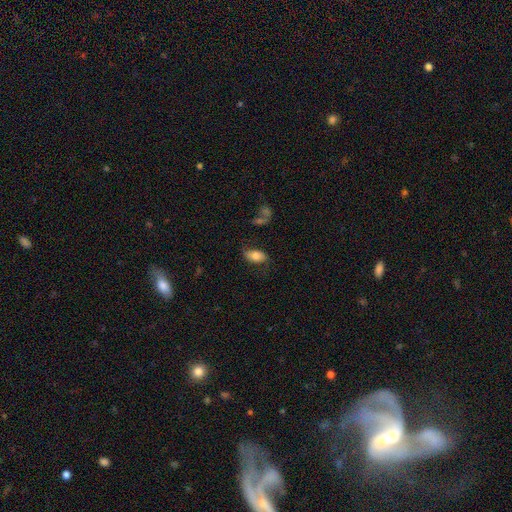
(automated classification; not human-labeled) Overall: smooth (74%). How rounded: in between (92%). Merging: none (70%).